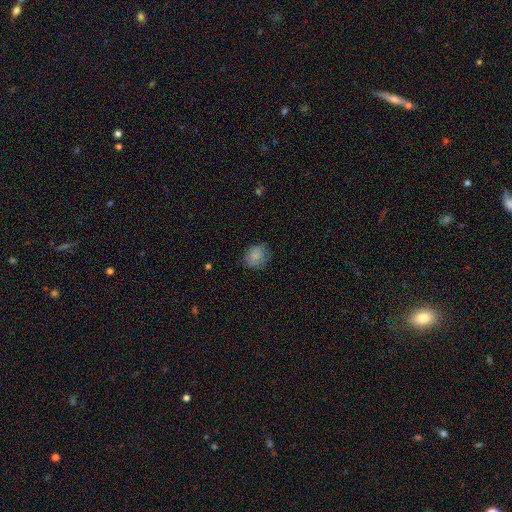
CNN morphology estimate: Q: Smooth or featured?
A: smooth (81%); runner-up: featured or disk (11%)
Q: How rounded?
A: round (63%); runner-up: in between (36%)
Q: Merging?
A: none (74%); runner-up: minor disturbance (20%)